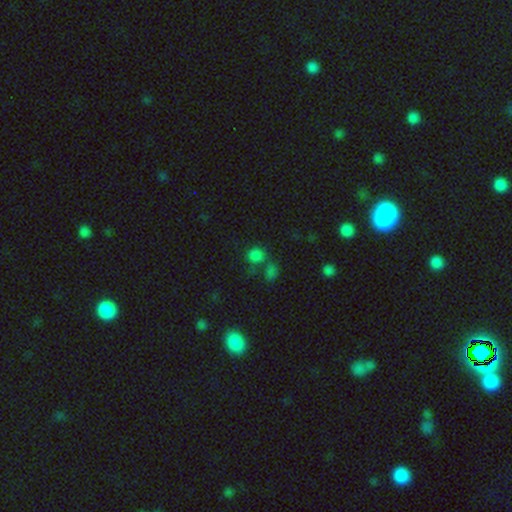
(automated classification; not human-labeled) Overall: smooth (75%). How rounded: round (78%). Merging: none (48%; merger 35%).